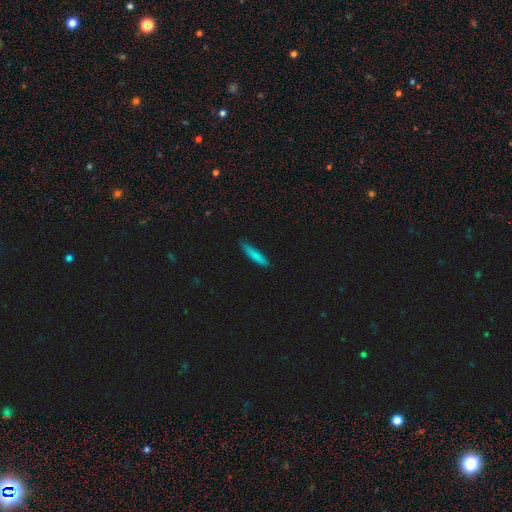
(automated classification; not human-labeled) A smooth galaxy with no disk features (82%) that is cigar-shaped (87%). Merging: none (79%).